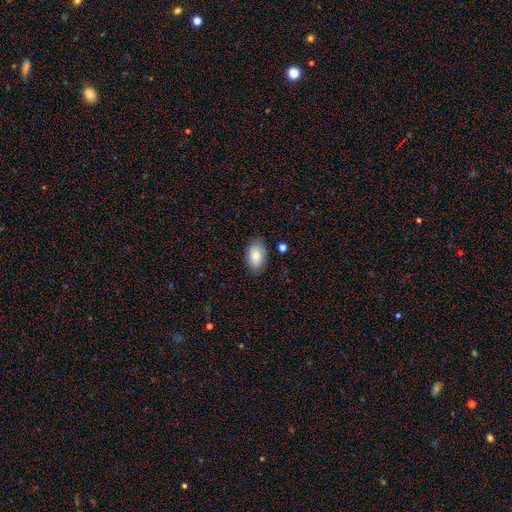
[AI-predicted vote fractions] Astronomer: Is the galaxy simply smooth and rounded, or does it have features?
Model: smooth — 83%.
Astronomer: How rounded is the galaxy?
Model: in between — 93%.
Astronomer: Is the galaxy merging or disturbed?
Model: none — 81%.